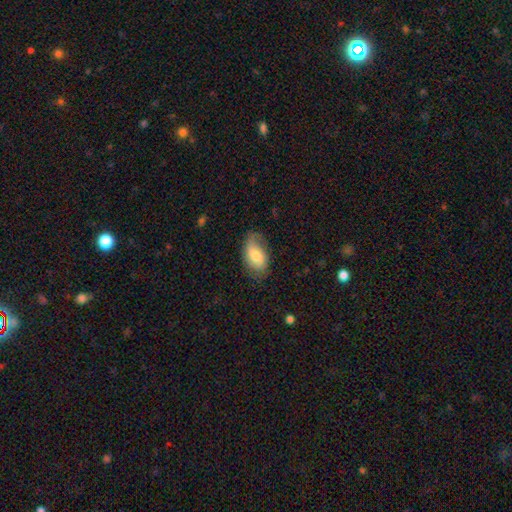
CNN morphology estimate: smooth_or_featured: smooth (p=0.66) [alt: featured or disk p=0.28]
how_rounded: in between (p=0.93) [alt: round p=0.05]
merging: none (p=0.62) [alt: minor disturbance p=0.27]